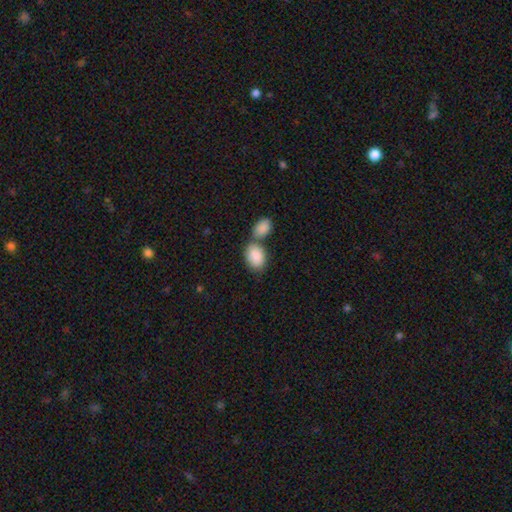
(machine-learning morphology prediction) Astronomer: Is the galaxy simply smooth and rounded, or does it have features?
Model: smooth — 88%.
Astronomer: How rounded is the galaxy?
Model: in between — 87%.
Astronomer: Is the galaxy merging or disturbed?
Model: merger — 46% (runner-up: none, 38%).